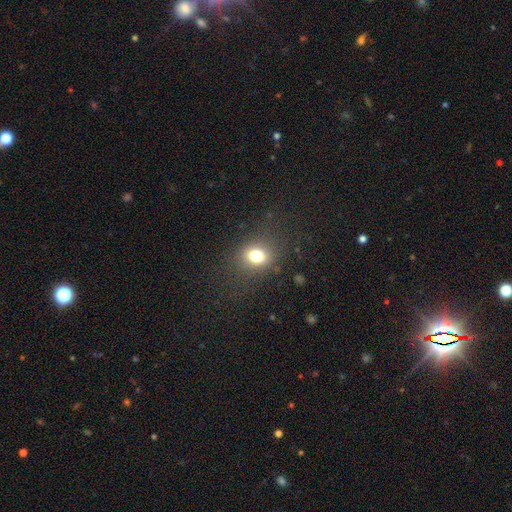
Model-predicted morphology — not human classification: smooth_or_featured: smooth (p=0.76) [alt: star or artifact p=0.14]
how_rounded: round (p=0.50) [alt: in between p=0.49]
merging: none (p=0.82) [alt: minor disturbance p=0.11]